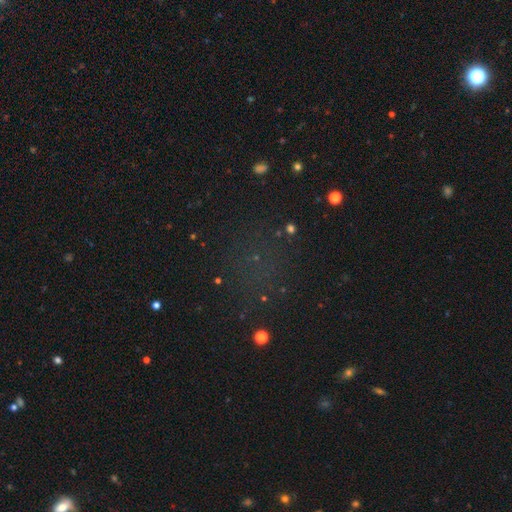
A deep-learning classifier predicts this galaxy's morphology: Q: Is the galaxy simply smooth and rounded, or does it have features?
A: star or artifact — 57%.